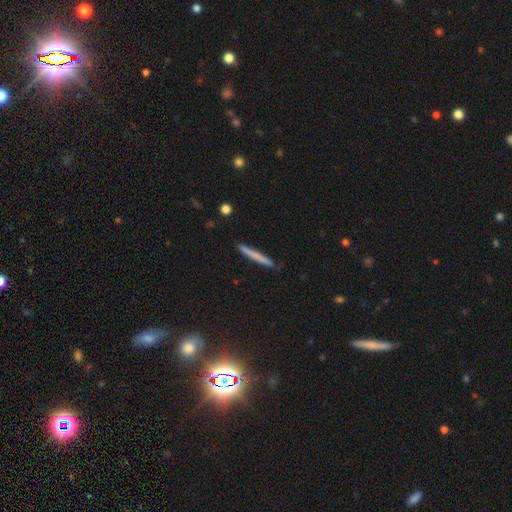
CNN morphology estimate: Smooth or featured?
  - smooth: 69% *
  - featured or disk: 25%
  - star or artifact: 6%
How rounded?
  - cigar-shaped: 97% *
  - in between: 2%
  - round: 1%
Merging?
  - none: 89% *
  - minor disturbance: 8%
  - major disturbance: 1%
  - merger: 1%